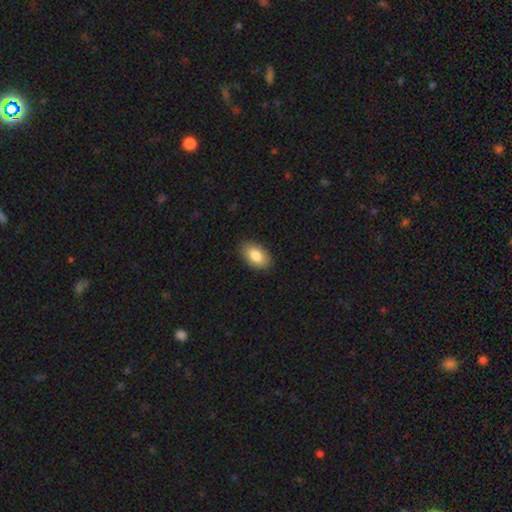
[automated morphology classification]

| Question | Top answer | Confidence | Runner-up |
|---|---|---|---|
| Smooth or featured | smooth | 84% | featured or disk (10%) |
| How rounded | in between | 93% | round (6%) |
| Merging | none | 87% | minor disturbance (10%) |